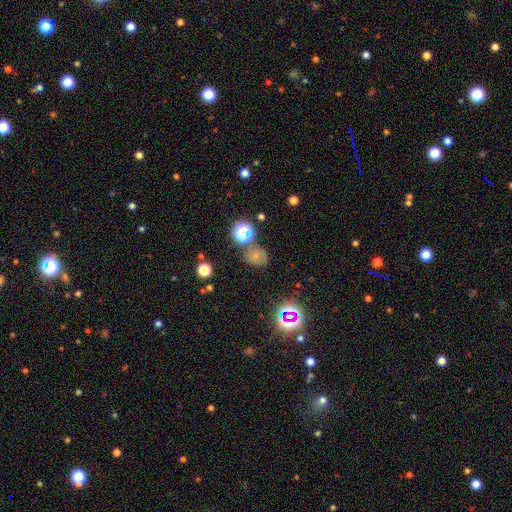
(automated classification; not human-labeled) smooth-or-featured: smooth: 60% | star or artifact: 29% | featured or disk: 10%
  how-rounded: round: 72% | in between: 26% | cigar-shaped: 1%
  merging: none: 70% | minor disturbance: 14% | merger: 11% | major disturbance: 5%